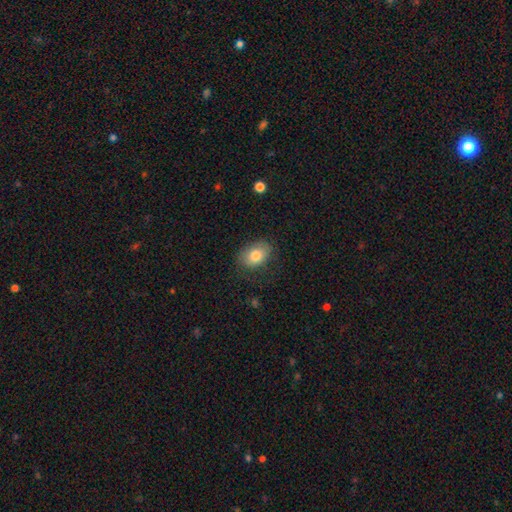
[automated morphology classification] A smooth galaxy with no disk features (80%) that is in between round and cigar-shaped (79%). Merging: none (76%).